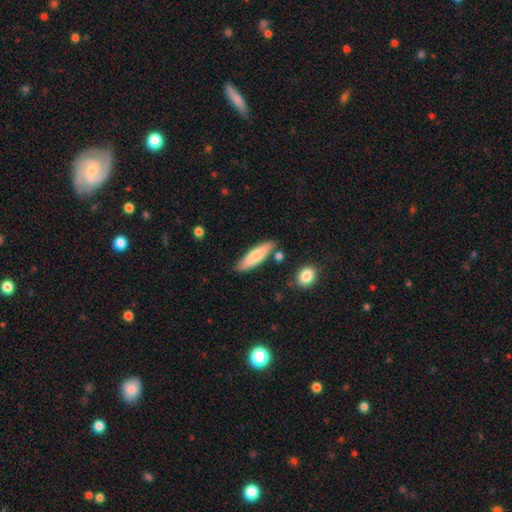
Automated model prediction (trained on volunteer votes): Smooth or featured: smooth — 77% (featured or disk — 18%)
How rounded: cigar-shaped — 67% (in between — 31%)
Merging: none — 82% (minor disturbance — 12%)